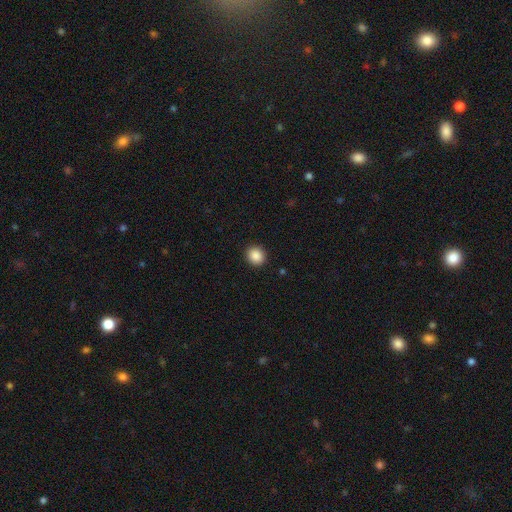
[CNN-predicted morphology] Smooth or featured? Predicted: smooth (p=0.88). How rounded? Predicted: round (p=0.84). Merging? Predicted: none (p=0.92).